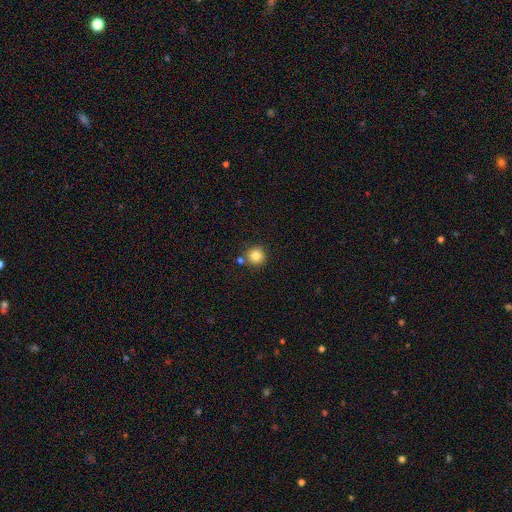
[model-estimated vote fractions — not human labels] A smooth galaxy with no disk features (83%) that is round (94%). Merging: none (79%).